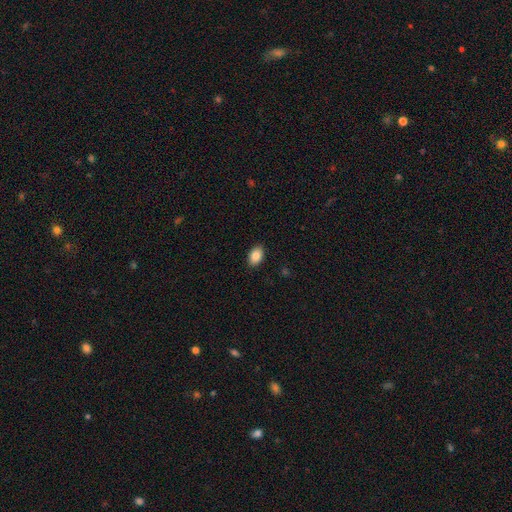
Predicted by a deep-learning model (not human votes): Morphology: type=smooth (88%); roundness=in between (88%); merging=none (89%).